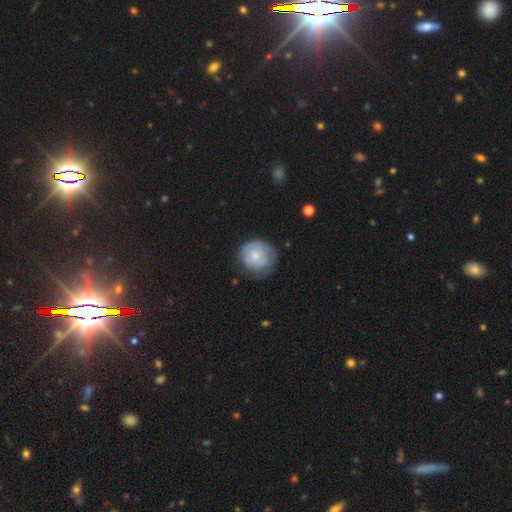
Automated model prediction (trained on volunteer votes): A smooth galaxy with no disk features (64%) that is round (85%). Merging: none (57%).